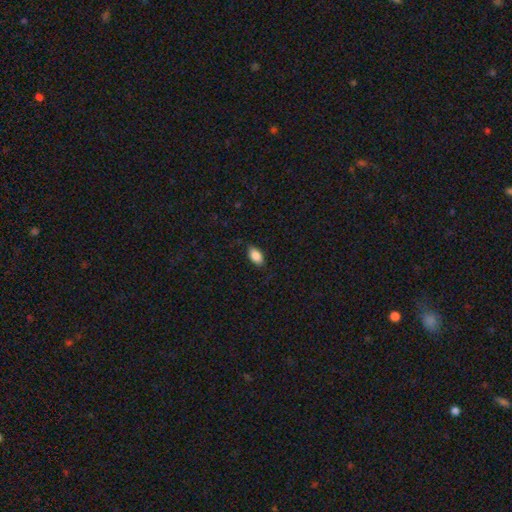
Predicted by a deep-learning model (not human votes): Morphology: type=smooth (87%); roundness=in between (93%); merging=none (81%).